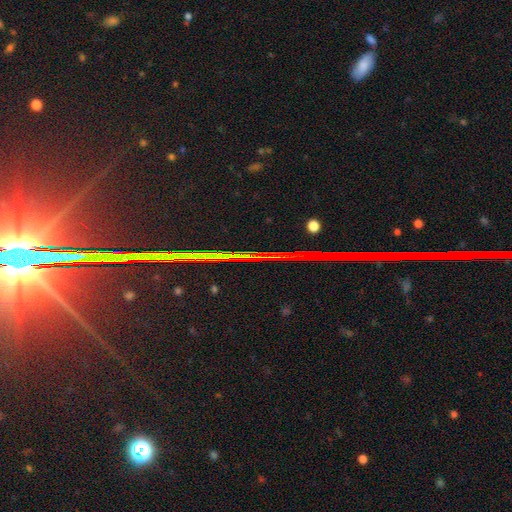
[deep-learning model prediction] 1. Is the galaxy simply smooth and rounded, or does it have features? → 82% star or artifact, 10% featured or disk, 8% smooth.